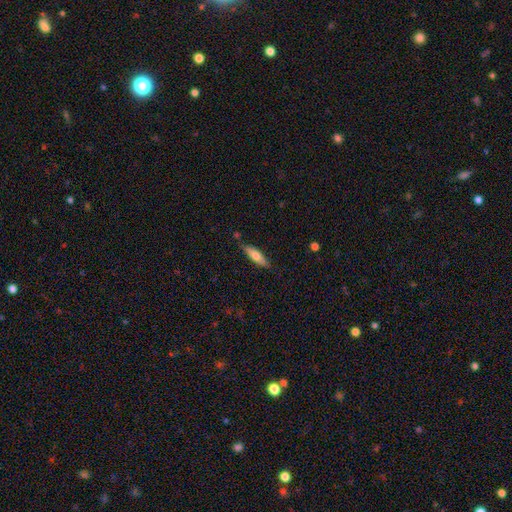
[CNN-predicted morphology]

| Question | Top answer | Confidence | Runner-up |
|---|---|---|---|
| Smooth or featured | smooth | 66% | featured or disk (28%) |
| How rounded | cigar-shaped | 64% | in between (35%) |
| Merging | none | 78% | minor disturbance (15%) |